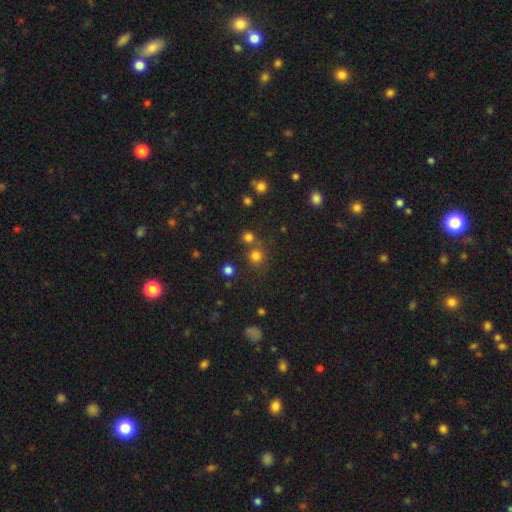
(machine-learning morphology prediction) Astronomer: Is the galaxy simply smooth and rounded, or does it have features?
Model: smooth — 75%.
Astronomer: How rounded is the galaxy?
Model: round — 89%.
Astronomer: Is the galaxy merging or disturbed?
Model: none — 68%.